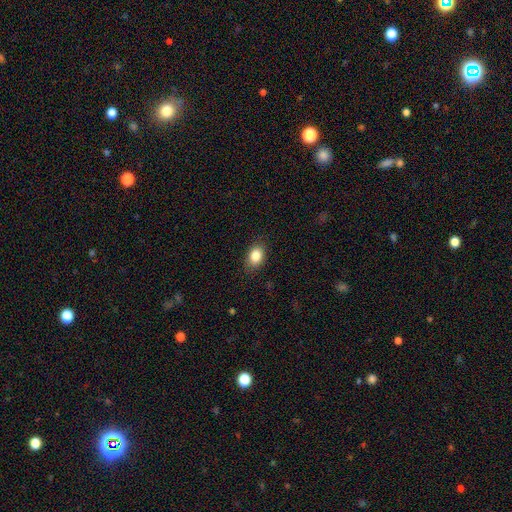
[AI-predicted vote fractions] Smooth or featured? Predicted: smooth (p=0.85). How rounded? Predicted: in between (p=0.76). Merging? Predicted: none (p=0.86).